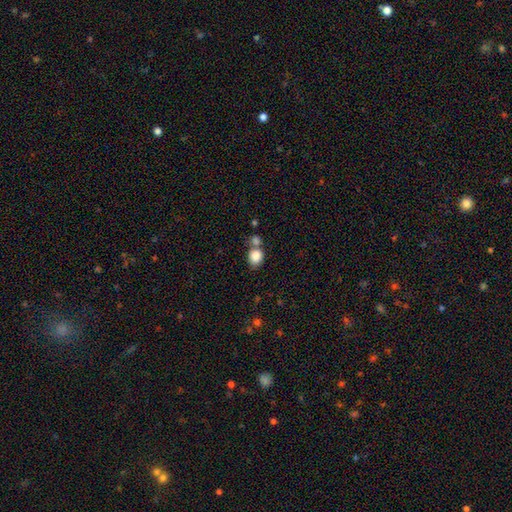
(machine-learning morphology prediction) The model was most divided on "merging": none: 47%, merger: 37%, minor disturbance: 11%, major disturbance: 4%. More confident: smooth or featured — smooth (85%); how rounded — round (60%).